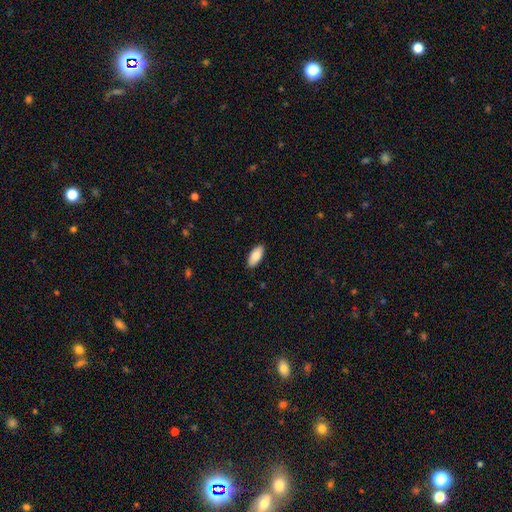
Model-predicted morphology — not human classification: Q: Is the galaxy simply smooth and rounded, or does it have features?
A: smooth — 86%.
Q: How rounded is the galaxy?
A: in between — 88%.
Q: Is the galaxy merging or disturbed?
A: none — 89%.